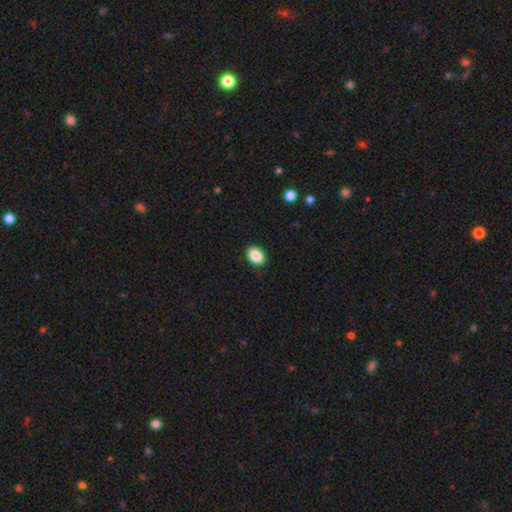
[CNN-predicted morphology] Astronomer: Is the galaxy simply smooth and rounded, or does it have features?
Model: smooth — 88%.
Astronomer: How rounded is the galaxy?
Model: in between — 84%.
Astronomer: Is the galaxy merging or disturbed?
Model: none — 87%.